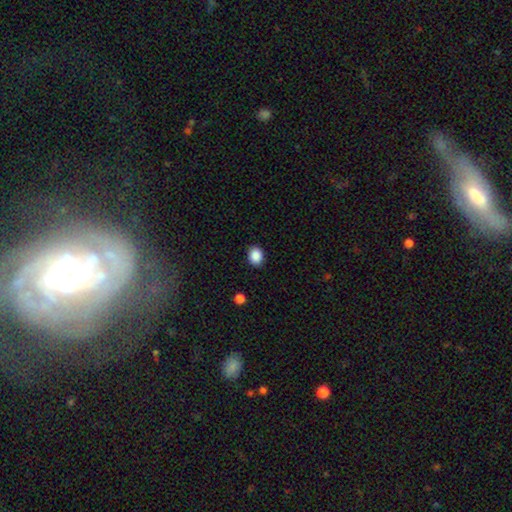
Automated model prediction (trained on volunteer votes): The model was most divided on "how rounded": round: 52%, in between: 47%, cigar-shaped: 1%. More confident: merging — none (90%); smooth or featured — smooth (89%).